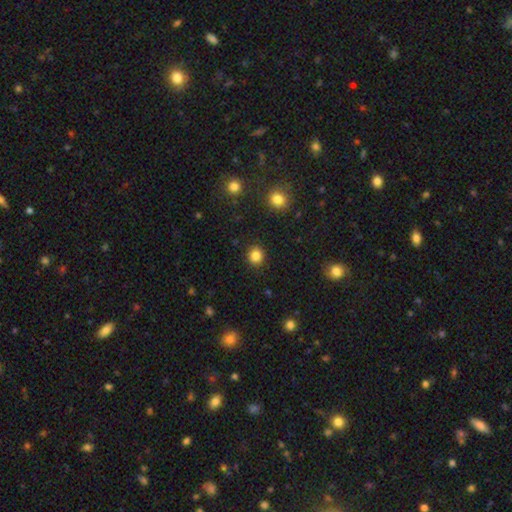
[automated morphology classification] smooth_or_featured: smooth (p=0.85) [alt: star or artifact p=0.11]
how_rounded: round (p=0.87) [alt: in between p=0.12]
merging: none (p=0.92) [alt: minor disturbance p=0.05]